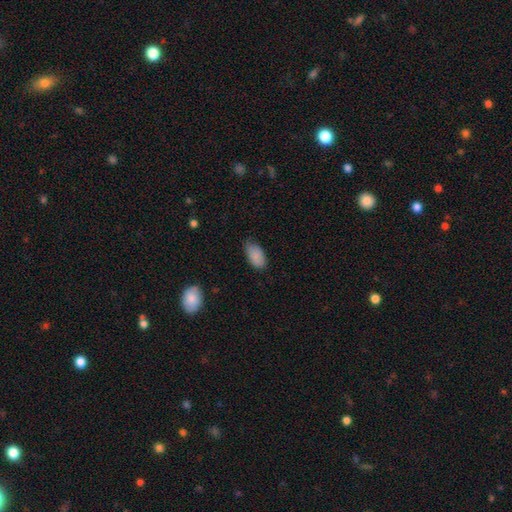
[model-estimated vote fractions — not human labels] The model was most divided on "merging": none: 66%, minor disturbance: 28%, major disturbance: 4%, merger: 1%. More confident: how rounded — in between (94%); smooth or featured — smooth (87%).